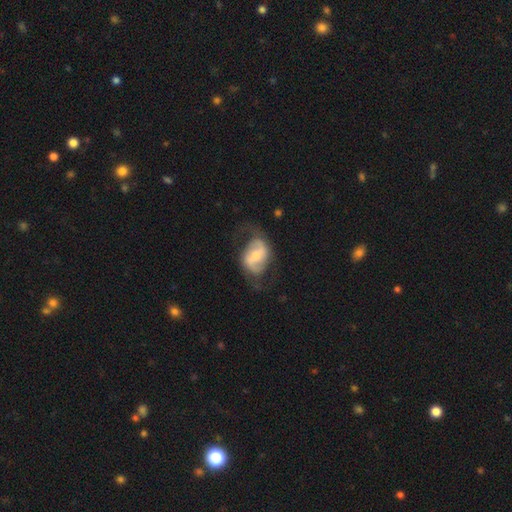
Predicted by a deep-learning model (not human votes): Morphology: type=featured or disk (69%); edge-on=no (96%); bar=weak (44%); spiral arms=yes (83%); winding=loose (43%); arm count=2 (84%); bulge=moderate (54%); merging=none (55%).